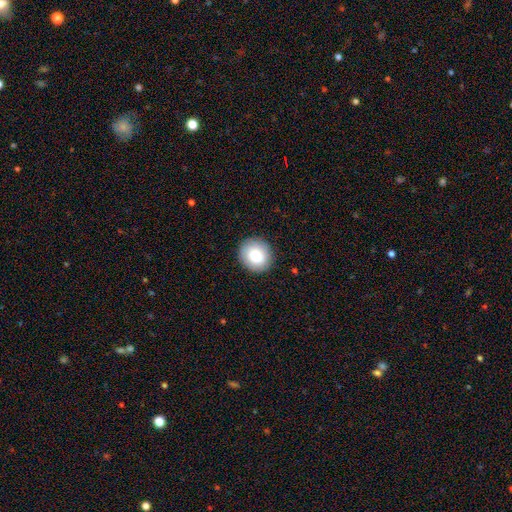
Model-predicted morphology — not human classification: smooth-or-featured: smooth: 81% | featured or disk: 11% | star or artifact: 8%
  how-rounded: round: 84% | in between: 15% | cigar-shaped: 1%
  merging: none: 90% | minor disturbance: 7% | major disturbance: 2% | merger: 1%